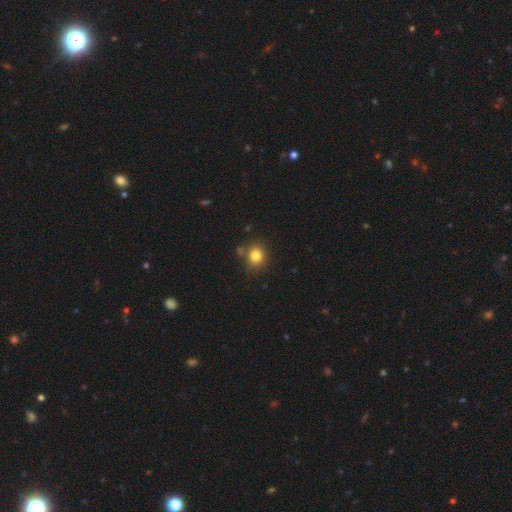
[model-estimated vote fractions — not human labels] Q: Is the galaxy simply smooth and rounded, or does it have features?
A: smooth — 81%.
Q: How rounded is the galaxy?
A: round — 82%.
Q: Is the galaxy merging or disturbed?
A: none — 77%.